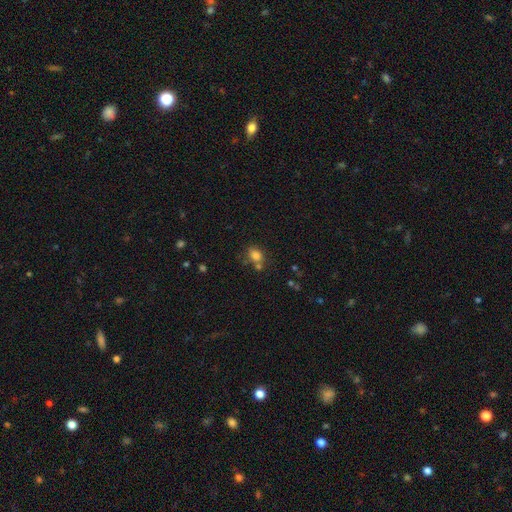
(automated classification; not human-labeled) Smooth or featured? smooth (80%)
How rounded? in between (54%)
Merging? none (59%)